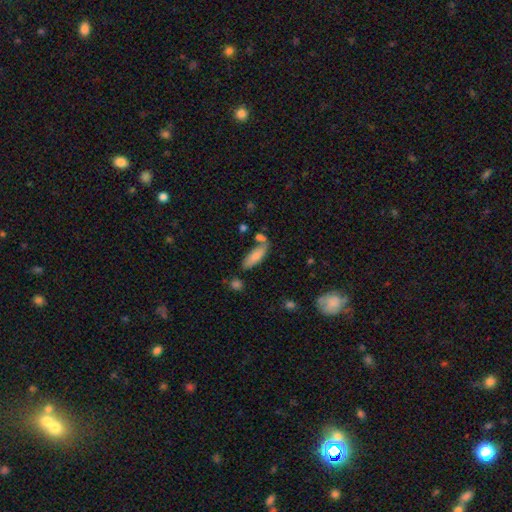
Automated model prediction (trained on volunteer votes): This is clearly a smooth galaxy (81%). How rounded: possibly in between (56%). Merging: likely none (64%).